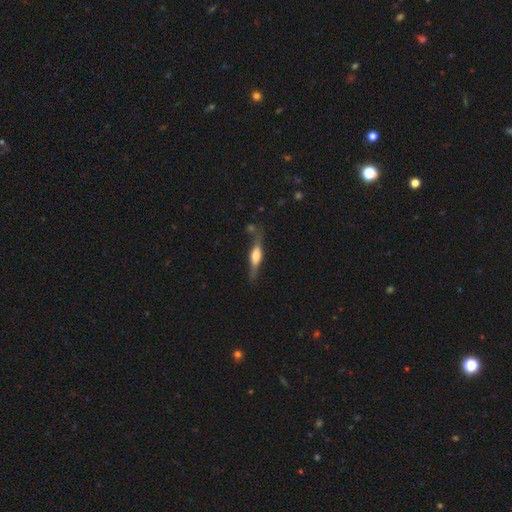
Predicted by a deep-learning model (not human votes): Overall: featured or disk (58%; smooth 36%). Edge-on disk: yes (91%). Edge-on bulge: rounded (79%). Merging: none (64%).